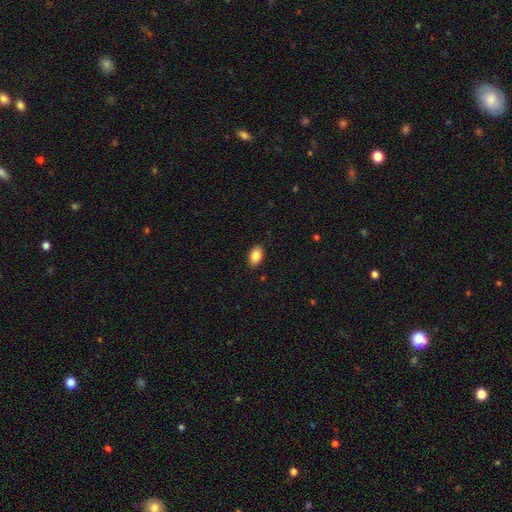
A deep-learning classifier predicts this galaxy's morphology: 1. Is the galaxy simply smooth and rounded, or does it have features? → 86% smooth, 8% star or artifact, 6% featured or disk.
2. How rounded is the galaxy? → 90% in between, 9% round, 1% cigar-shaped.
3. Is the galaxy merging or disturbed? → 89% none, 8% minor disturbance, 2% major disturbance, 1% merger.